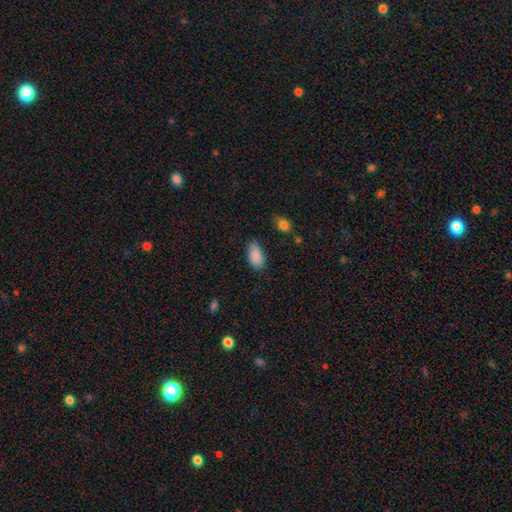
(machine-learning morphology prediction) smooth 89%, star or artifact 7%, featured or disk 4%. Down the decision tree: how rounded — in between (93%); merging — none (78%).